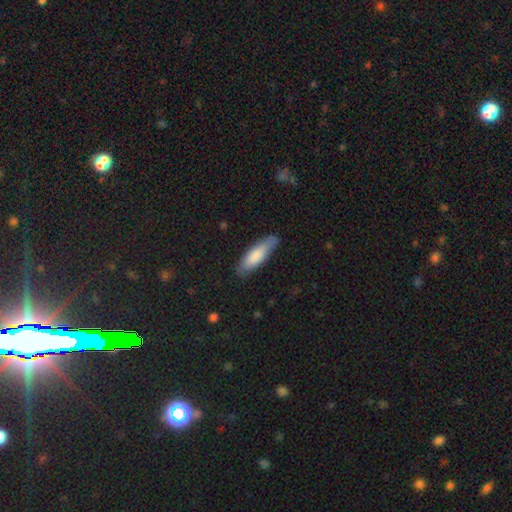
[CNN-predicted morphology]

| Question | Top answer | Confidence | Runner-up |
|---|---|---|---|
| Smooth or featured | smooth | 80% | featured or disk (15%) |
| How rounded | cigar-shaped | 53% | in between (45%) |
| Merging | none | 79% | minor disturbance (16%) |